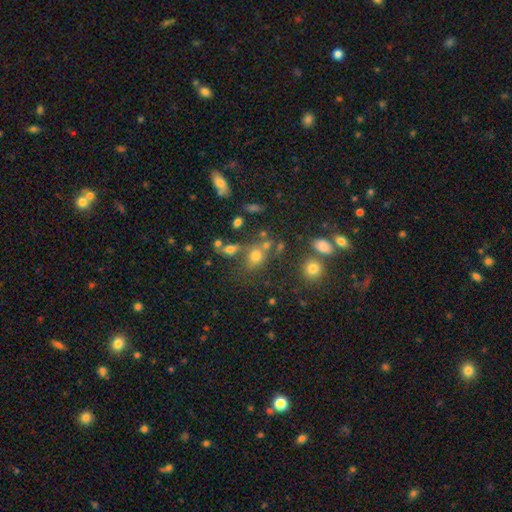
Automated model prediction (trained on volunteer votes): A smooth galaxy with no disk features (68%) that is round (57%). Merging: none (54%).